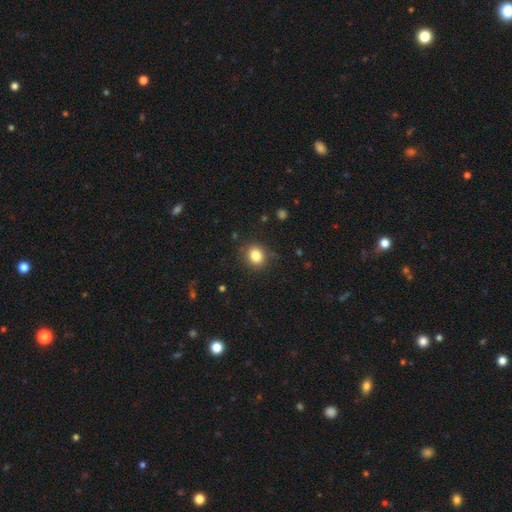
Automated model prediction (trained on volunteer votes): Overall: smooth (83%). How rounded: round (75%). Merging: none (86%).